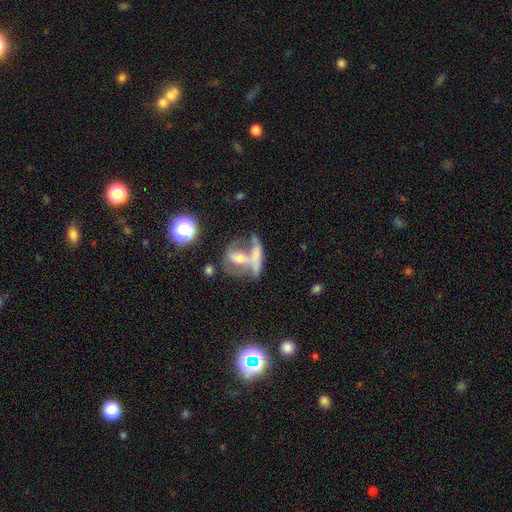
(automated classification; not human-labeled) smooth-or-featured: featured or disk: 44% (tied) | smooth: 44% (tied) | star or artifact: 12%
  merging: merger: 57% | none: 19% | major disturbance: 15% | minor disturbance: 9%